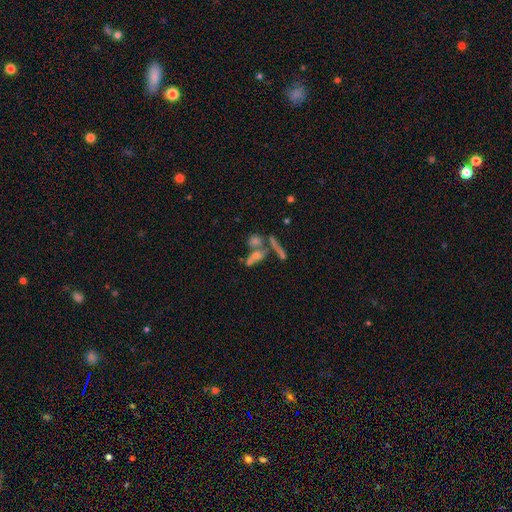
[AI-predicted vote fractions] The model was most divided on "merging": merger: 40%, none: 38%, major disturbance: 11%, minor disturbance: 11%. Remaining: smooth or featured — featured or disk (41%).